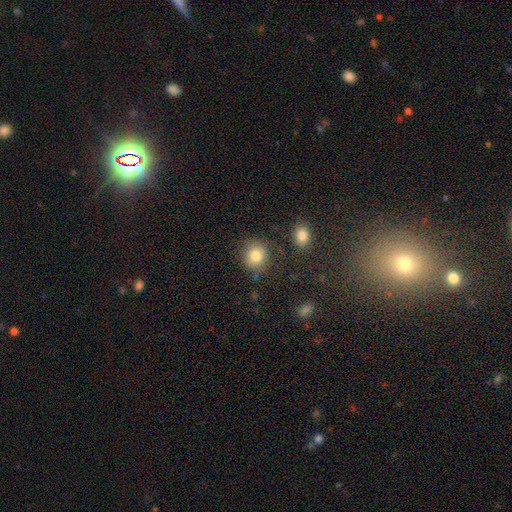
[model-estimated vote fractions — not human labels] Morphology: type=smooth (83%); roundness=round (83%); merging=none (82%).